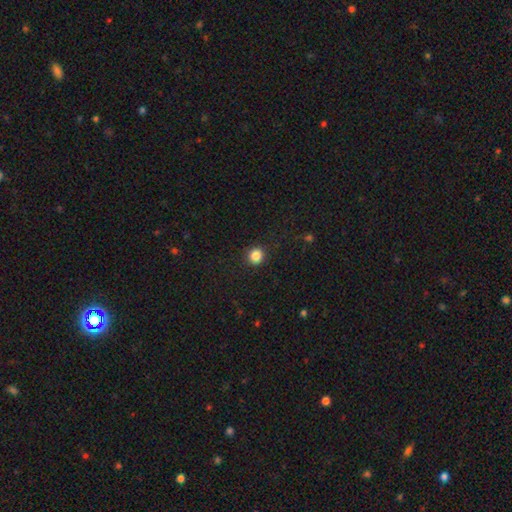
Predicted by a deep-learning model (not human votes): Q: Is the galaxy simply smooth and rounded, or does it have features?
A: smooth — 85%.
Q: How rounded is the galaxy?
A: round — 90%.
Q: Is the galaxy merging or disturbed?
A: none — 91%.